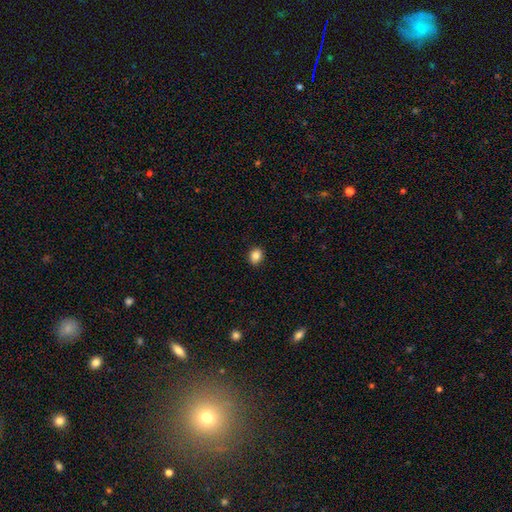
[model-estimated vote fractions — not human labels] smooth_or_featured: smooth (p=0.85) [alt: star or artifact p=0.10]
how_rounded: round (p=0.56) [alt: in between p=0.43]
merging: none (p=0.91) [alt: minor disturbance p=0.07]